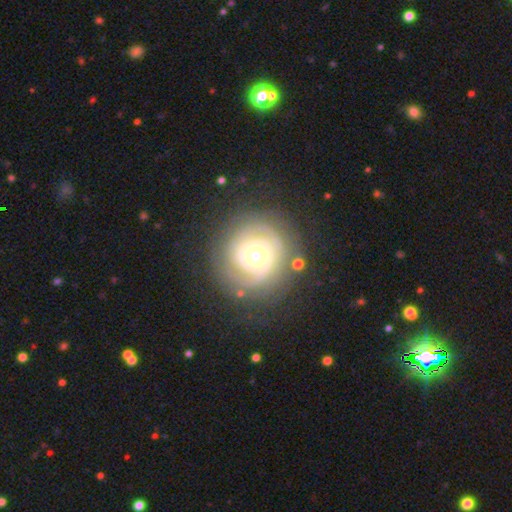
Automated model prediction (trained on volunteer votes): This appears to be a featured or disk galaxy (76%) with no bar (66%), tight (75%) spiral arms (83%) and a moderate central bulge (72%). Merging: none (76%).